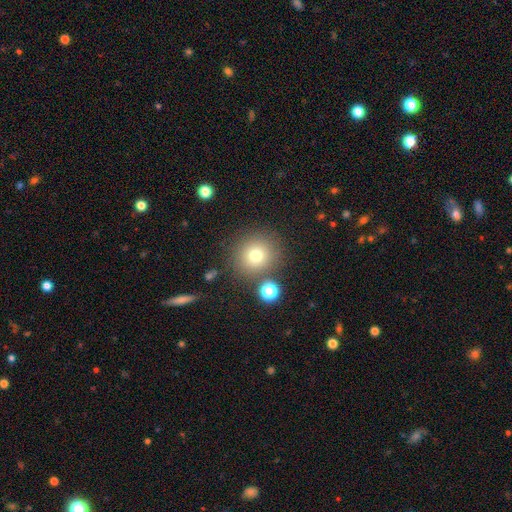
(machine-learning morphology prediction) Overall: smooth (74%). How rounded: round (92%). Merging: none (80%).